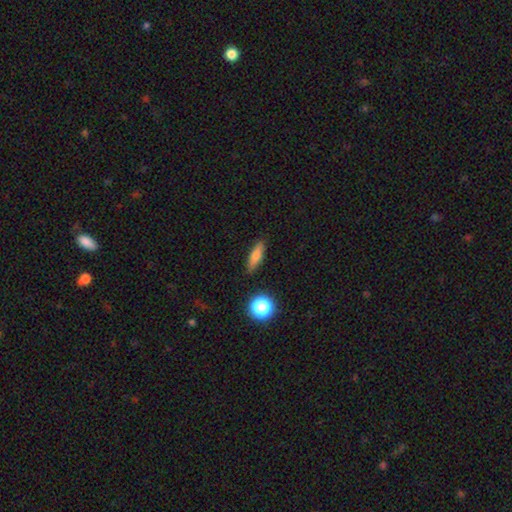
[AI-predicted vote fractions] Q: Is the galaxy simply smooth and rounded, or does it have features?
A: smooth — 71%.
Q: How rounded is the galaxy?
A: cigar-shaped — 63%.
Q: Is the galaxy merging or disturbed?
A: none — 87%.